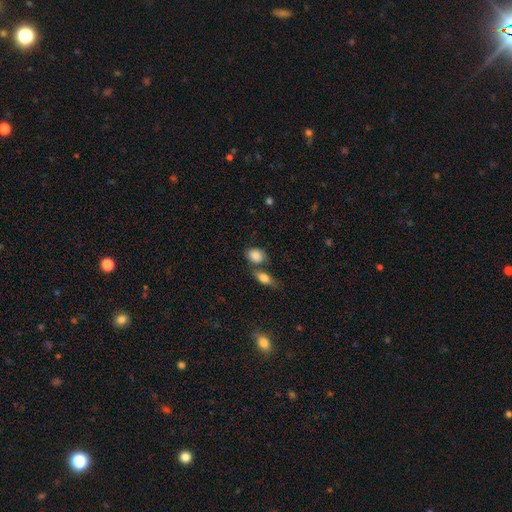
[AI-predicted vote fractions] The model was most divided on "merging": none: 52%, merger: 29%, minor disturbance: 14%, major disturbance: 5%. More confident: smooth or featured — smooth (86%); how rounded — in between (61%).